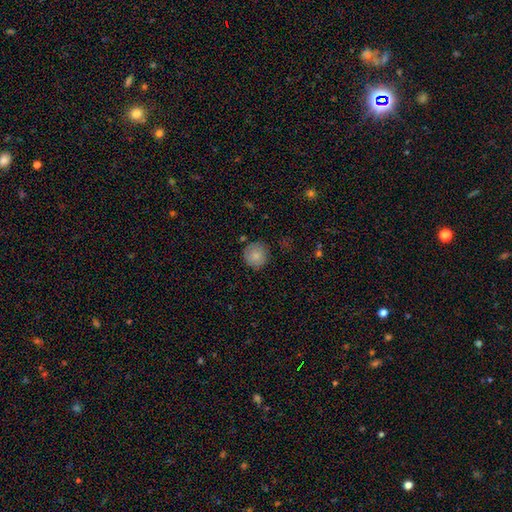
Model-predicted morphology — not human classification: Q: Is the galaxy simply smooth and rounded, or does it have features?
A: smooth — 81%.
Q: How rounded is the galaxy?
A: round — 93%.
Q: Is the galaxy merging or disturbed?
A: none — 81%.